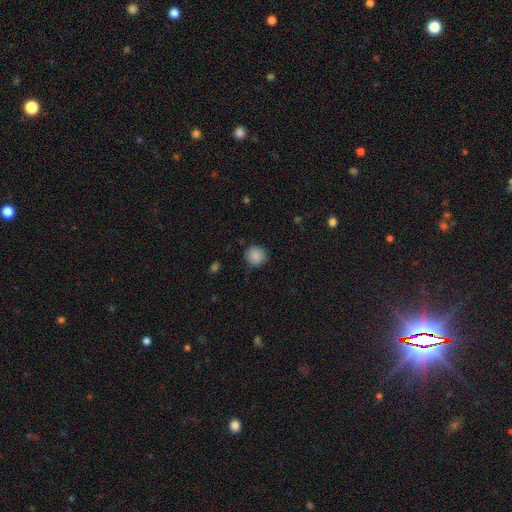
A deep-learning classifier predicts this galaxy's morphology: A smooth galaxy with no disk features (87%) that is round (91%).

Vote fractions:
- Smooth or featured? smooth: 87% / star or artifact: 8% / featured or disk: 4%
- How rounded? round: 91% / in between: 9% / cigar-shaped: 1%
- Merging? none: 83% / minor disturbance: 13% / major disturbance: 3% / merger: 1%